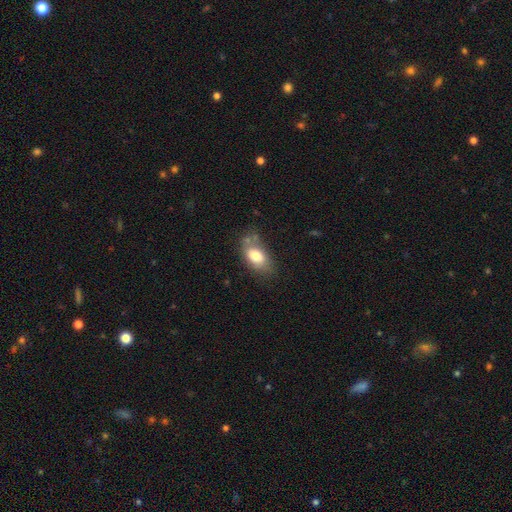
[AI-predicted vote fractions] smooth-or-featured: smooth: 77% | featured or disk: 16% | star or artifact: 8%
  how-rounded: in between: 89% | round: 9% | cigar-shaped: 2%
  merging: none: 56% | minor disturbance: 25% | merger: 11% | major disturbance: 8%